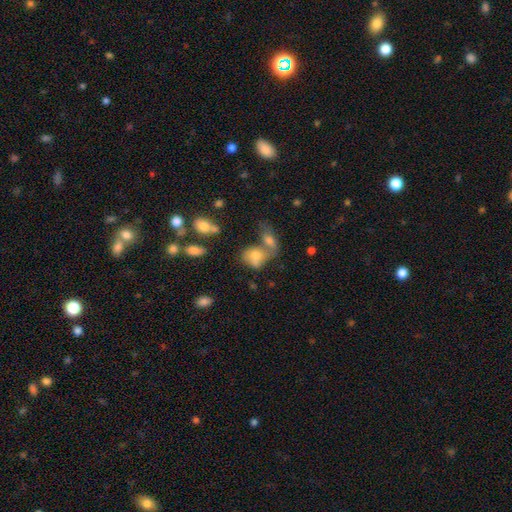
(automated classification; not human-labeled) Overall: smooth (65%). How rounded: in between (66%; round 32%). Merging: merger (52%; none 27%).